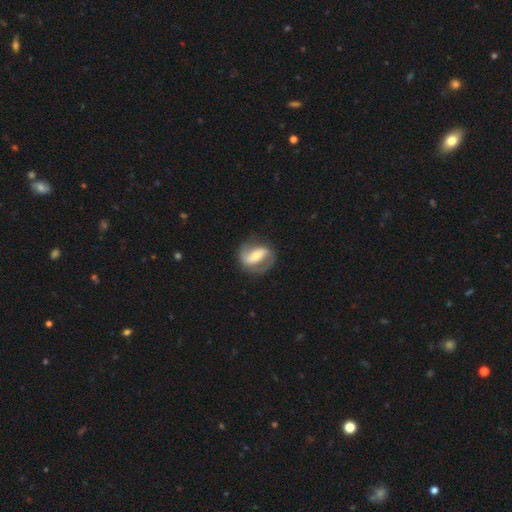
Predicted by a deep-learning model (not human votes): This is likely a featured or disk galaxy (75%). It is clearly not viewed edge-on (95%). Bar: possibly strong (52%). Spiral arm pattern: clearly yes (86%). Spiral arm count: clearly 2 (84%). Spiral winding: marginally medium (45%). Central bulge: possibly moderate (55%). Merging: likely none (75%).